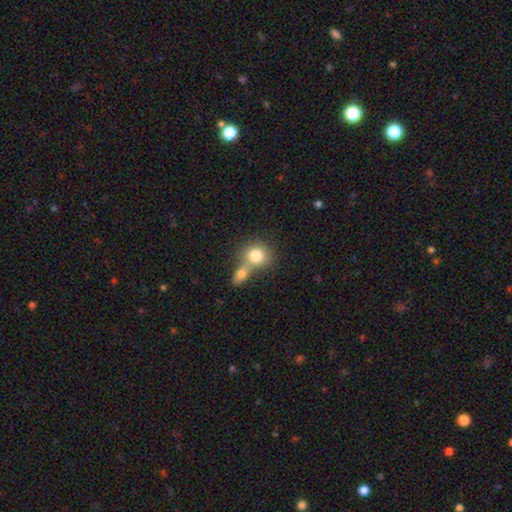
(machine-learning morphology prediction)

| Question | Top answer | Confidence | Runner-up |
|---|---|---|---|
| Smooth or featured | smooth | 80% | featured or disk (12%) |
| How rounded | round | 67% | in between (31%) |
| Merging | merger | 58% | none (31%) |